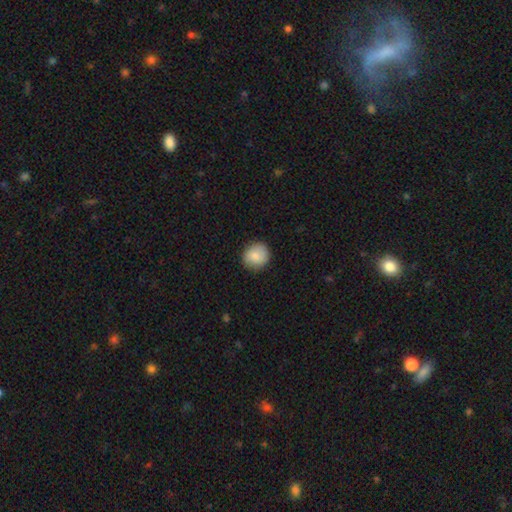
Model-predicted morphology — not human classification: smooth 83%, featured or disk 10%, star or artifact 7%. Down the decision tree: how rounded — round (88%); merging — none (88%).